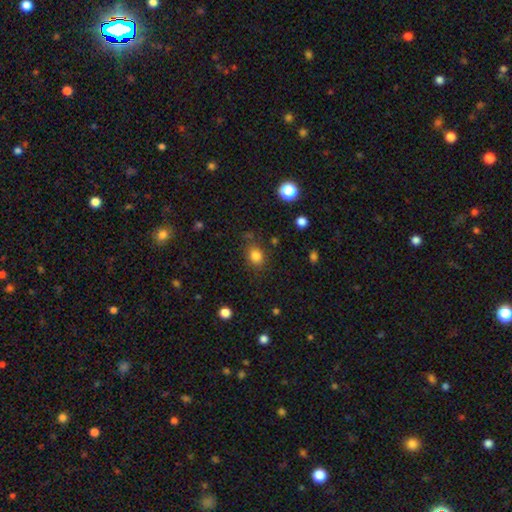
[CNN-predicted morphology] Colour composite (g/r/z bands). It shows a smooth galaxy with no disk features (82%) that is round (56%). Merging: none (79%).